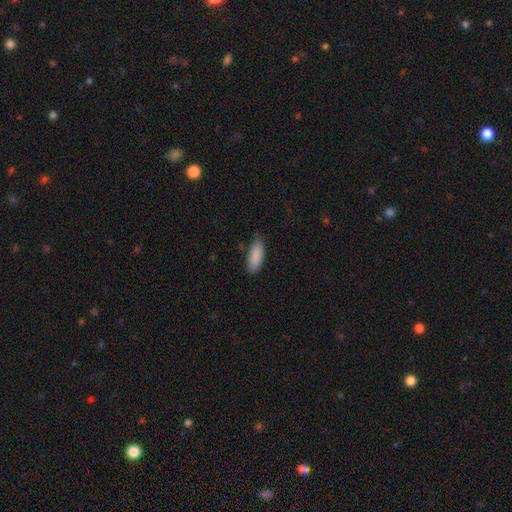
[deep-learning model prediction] This is clearly a smooth galaxy (89%). How rounded: likely in between (77%). Merging: likely none (78%).